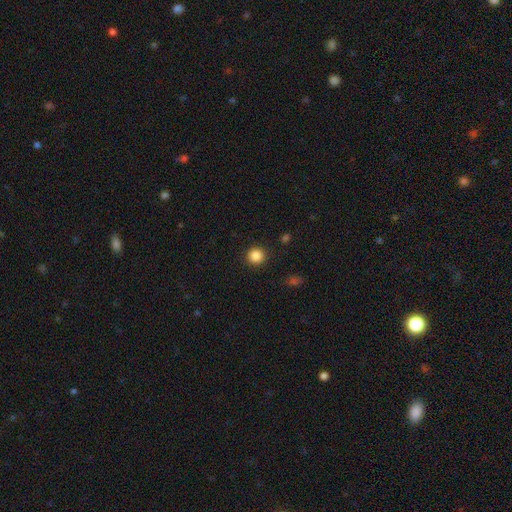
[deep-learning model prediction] Q: Smooth or featured?
A: smooth (86%); runner-up: star or artifact (11%)
Q: How rounded?
A: round (94%); runner-up: in between (5%)
Q: Merging?
A: none (91%); runner-up: minor disturbance (5%)